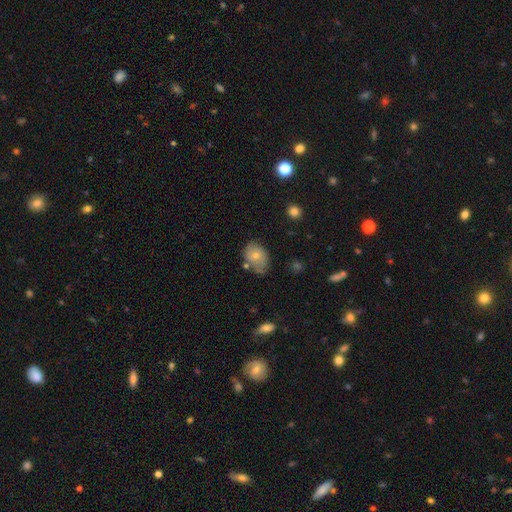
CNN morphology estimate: Overall: smooth (70%). How rounded: in between (76%). Merging: none (56%; minor disturbance 29%).